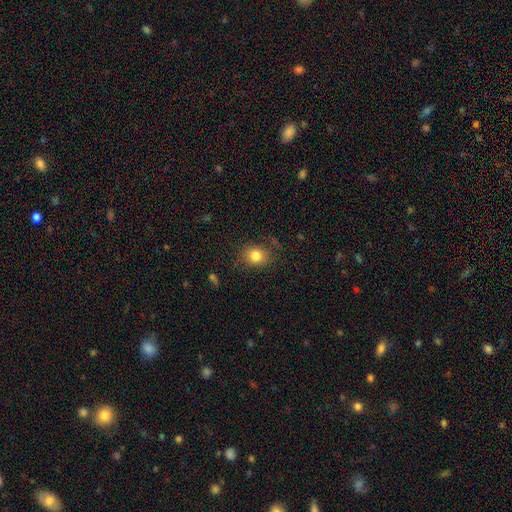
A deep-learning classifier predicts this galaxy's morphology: A smooth galaxy with no disk features (82%) that is round (62%). Merging: none (80%).